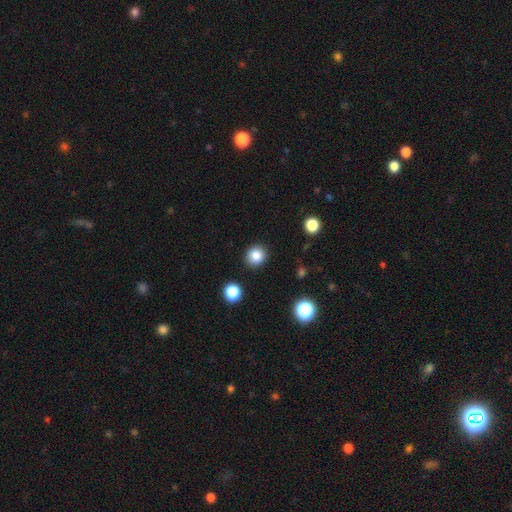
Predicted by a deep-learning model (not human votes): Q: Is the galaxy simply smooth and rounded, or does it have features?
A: smooth — 85%.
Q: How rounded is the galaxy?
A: round — 84%.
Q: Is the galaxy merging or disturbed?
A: none — 89%.